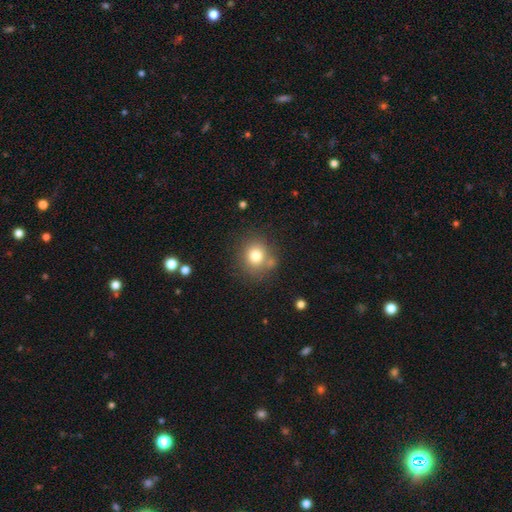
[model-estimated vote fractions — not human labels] The model was most divided on "merging": none: 74%, minor disturbance: 12%, merger: 10%, major disturbance: 4%. More confident: how rounded — round (85%); smooth or featured — smooth (78%).